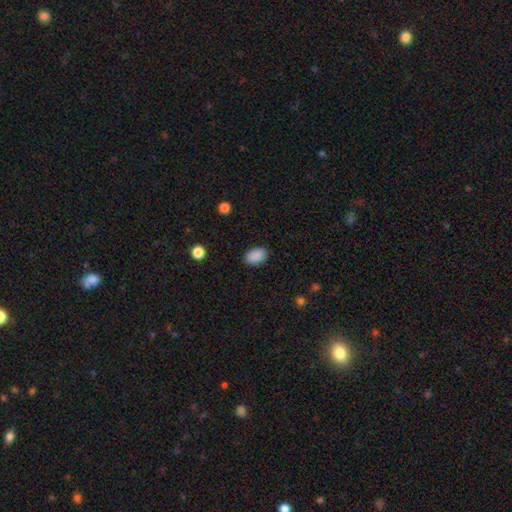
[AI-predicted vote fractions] Smooth or featured: smooth — 89% (star or artifact — 8%)
How rounded: in between — 86% (round — 13%)
Merging: none — 87% (minor disturbance — 10%)